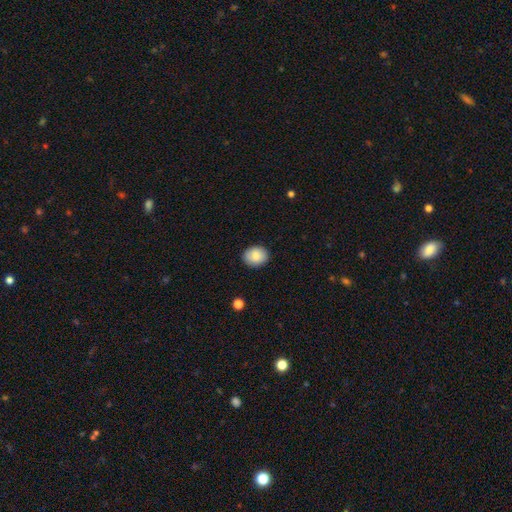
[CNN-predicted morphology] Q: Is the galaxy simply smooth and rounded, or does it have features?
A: smooth — 87%.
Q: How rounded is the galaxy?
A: in between — 52%.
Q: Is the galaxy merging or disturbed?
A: none — 88%.